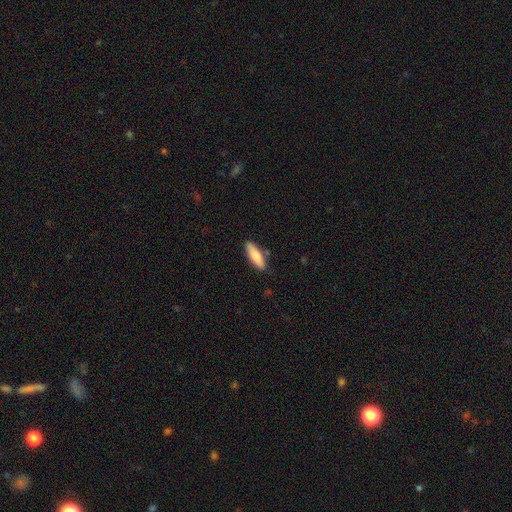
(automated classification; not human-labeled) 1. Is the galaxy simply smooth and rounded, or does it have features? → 80% smooth, 14% featured or disk, 6% star or artifact.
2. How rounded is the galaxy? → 52% in between, 46% cigar-shaped, 2% round.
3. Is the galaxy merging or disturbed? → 82% none, 12% minor disturbance, 3% merger, 2% major disturbance.